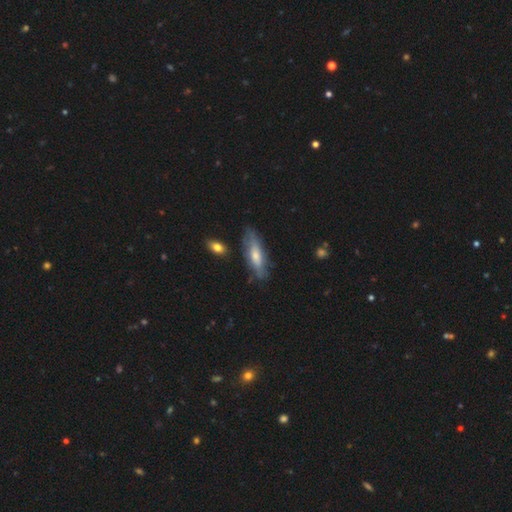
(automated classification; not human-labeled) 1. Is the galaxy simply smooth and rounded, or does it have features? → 55% smooth, 39% featured or disk, 6% star or artifact.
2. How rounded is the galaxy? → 50% cigar-shaped, 48% in between, 2% round.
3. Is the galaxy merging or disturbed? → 68% none, 22% minor disturbance, 6% major disturbance, 3% merger.